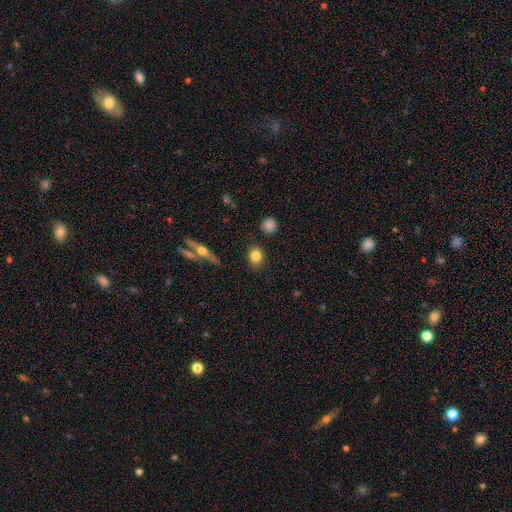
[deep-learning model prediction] Overall: smooth (81%). How rounded: round (62%; in between 35%). Merging: none (87%).